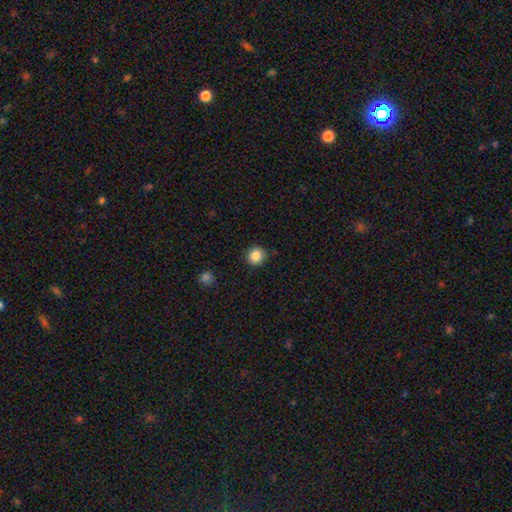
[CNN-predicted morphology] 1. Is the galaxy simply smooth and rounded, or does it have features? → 86% smooth, 10% star or artifact, 4% featured or disk.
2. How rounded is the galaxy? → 89% round, 10% in between, 1% cigar-shaped.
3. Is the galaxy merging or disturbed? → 88% none, 8% minor disturbance, 2% major disturbance, 1% merger.